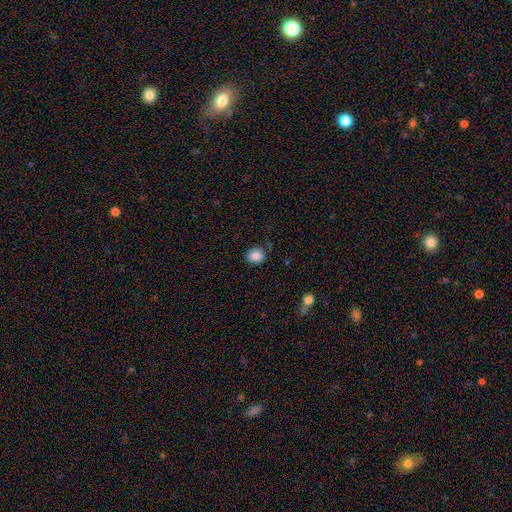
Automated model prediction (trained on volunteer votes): Smooth or featured? smooth (85%)
How rounded? round (72%)
Merging? none (82%)